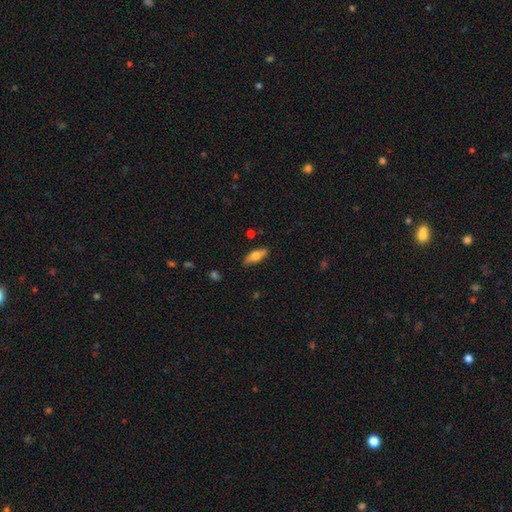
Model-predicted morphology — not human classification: Smooth or featured? Predicted: smooth (p=0.65). How rounded? Predicted: in between (p=0.68). Merging? Predicted: none (p=0.83).